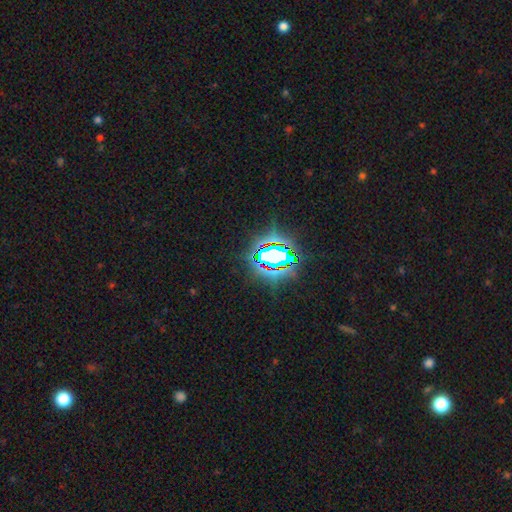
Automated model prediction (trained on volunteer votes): Smooth or featured: star or artifact — 82% (smooth — 12%)